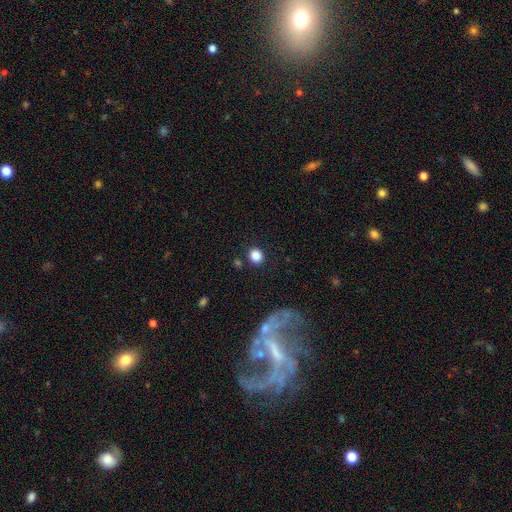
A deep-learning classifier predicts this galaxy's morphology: Smooth or featured?
  - smooth: 86% *
  - star or artifact: 10%
  - featured or disk: 4%
How rounded?
  - round: 81% *
  - in between: 18%
  - cigar-shaped: 1%
Merging?
  - none: 86% *
  - minor disturbance: 7%
  - merger: 3%
  - major disturbance: 3%